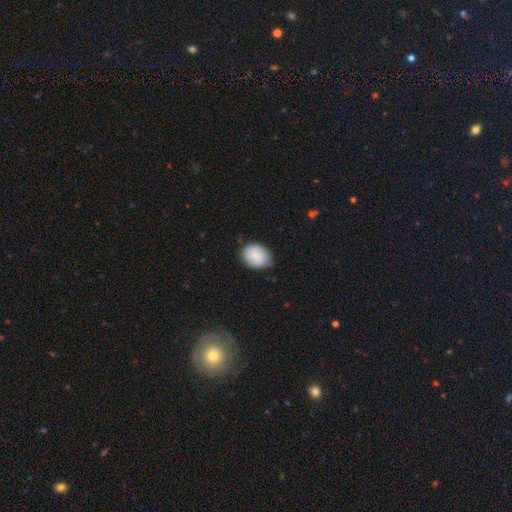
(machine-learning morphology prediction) A smooth galaxy with no disk features (83%) that is in between round and cigar-shaped (64%).

Vote fractions:
- Smooth or featured? smooth: 83% / featured or disk: 11% / star or artifact: 6%
- How rounded? in between: 64% / round: 35% / cigar-shaped: 1%
- Merging? none: 74% / minor disturbance: 22% / major disturbance: 3% / merger: 1%